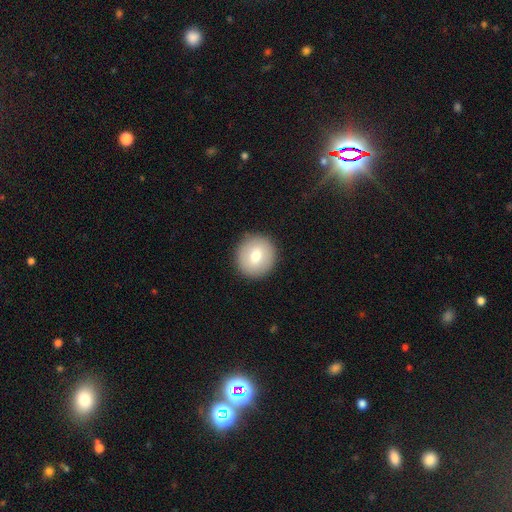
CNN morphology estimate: Smooth or featured? Predicted: smooth (p=0.74). How rounded? Predicted: round (p=0.93). Merging? Predicted: none (p=0.91).